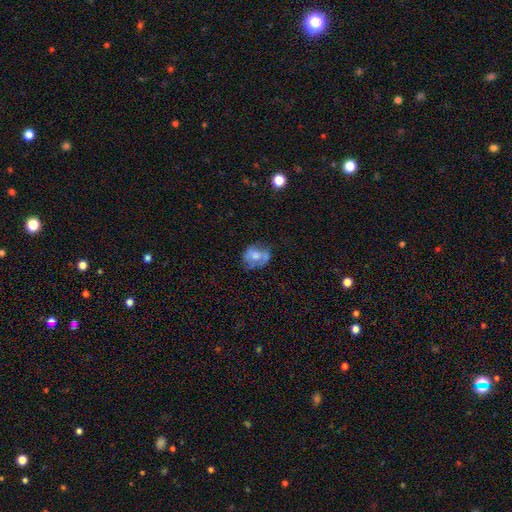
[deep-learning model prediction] Overall: featured or disk (47%; smooth 43%). Merging: none (48%; minor disturbance 27%).